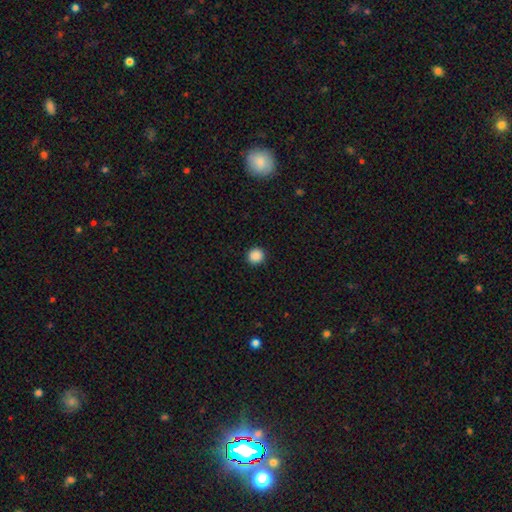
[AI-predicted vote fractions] This is clearly a smooth galaxy (88%). How rounded: clearly round (92%). Merging: clearly none (92%).